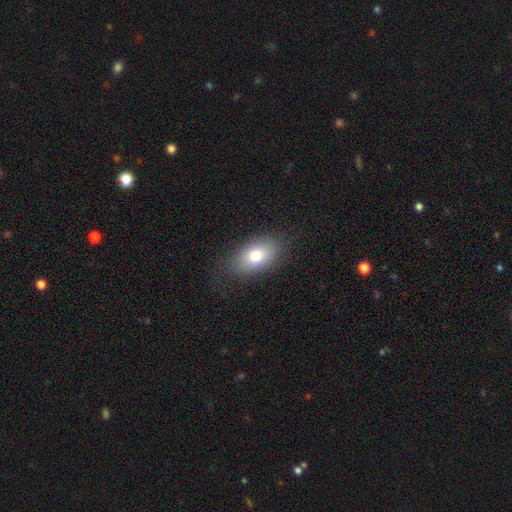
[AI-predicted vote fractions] smooth 77%, featured or disk 15%, star or artifact 9%. Down the decision tree: how rounded — in between (89%); merging — none (80%).